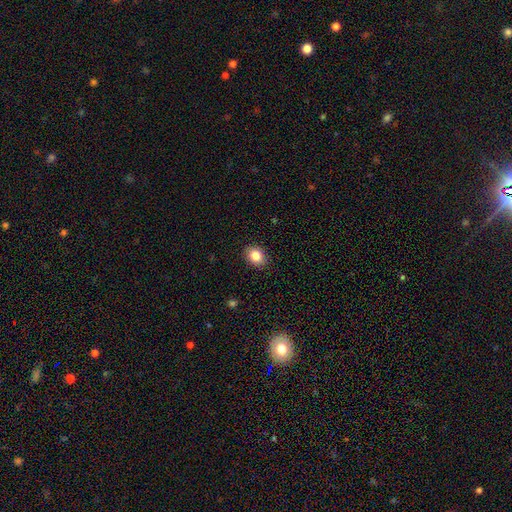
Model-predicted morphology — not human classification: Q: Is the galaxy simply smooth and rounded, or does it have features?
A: smooth — 85%.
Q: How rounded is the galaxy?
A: in between — 55%.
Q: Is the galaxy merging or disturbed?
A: none — 90%.